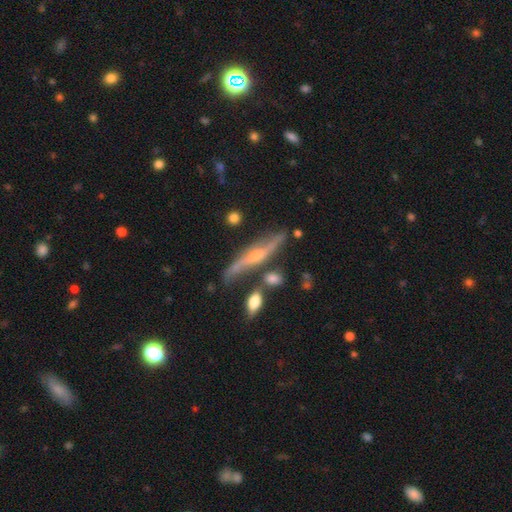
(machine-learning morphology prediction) smooth-or-featured: featured or disk: 76% | smooth: 17% | star or artifact: 7%
  disk-edge-on: yes: 85% | no: 15%
    edge-on-bulge: rounded: 82% | none: 11% | boxy: 7%
  merging: none: 72% | minor disturbance: 16% | merger: 8% | major disturbance: 4%